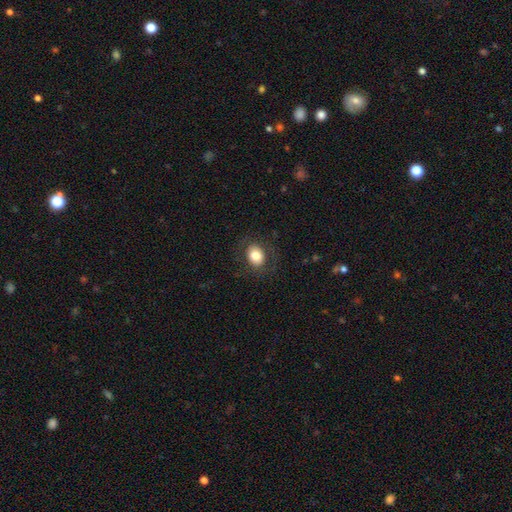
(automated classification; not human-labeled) Overall: smooth (78%). How rounded: in between (58%; round 42%). Merging: none (81%).